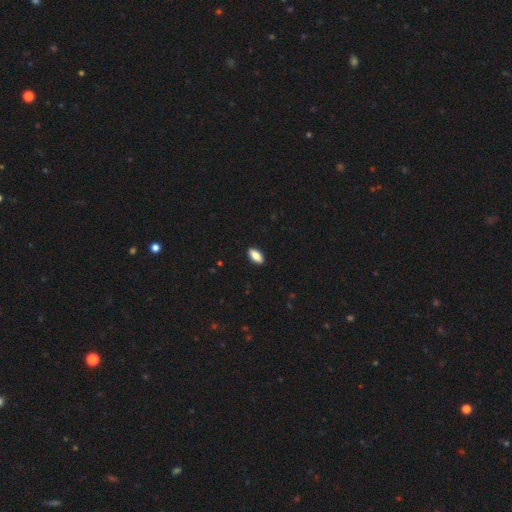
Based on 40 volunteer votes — Smooth or featured?
  - smooth: 78% *
  - star or artifact: 12%
  - featured or disk: 10%
How rounded?
  - in between: 90% *
  - cigar-shaped: 10%
  - round: 0%
Merging?
  - none: 83% *
  - minor disturbance: 14%
  - major disturbance: 3%
  - merger: 0%